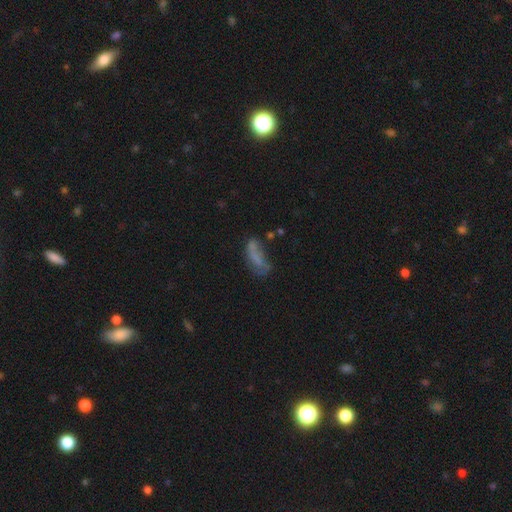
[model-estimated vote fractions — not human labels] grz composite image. It shows a smooth galaxy with no disk features (54%) that is in between round and cigar-shaped (71%). Merging: none (35%).